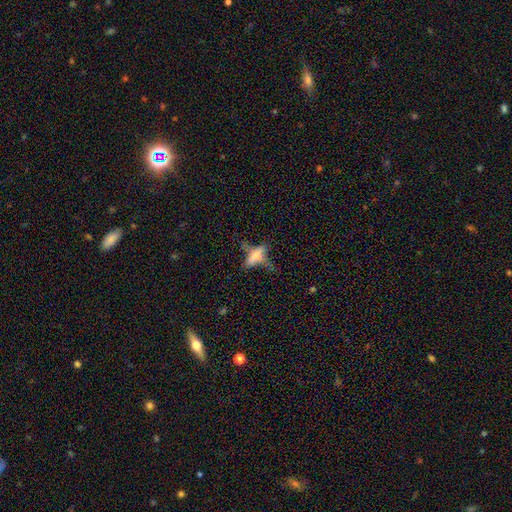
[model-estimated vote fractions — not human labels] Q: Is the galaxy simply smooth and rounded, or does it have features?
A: smooth — 50%.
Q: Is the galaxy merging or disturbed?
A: none — 44%.